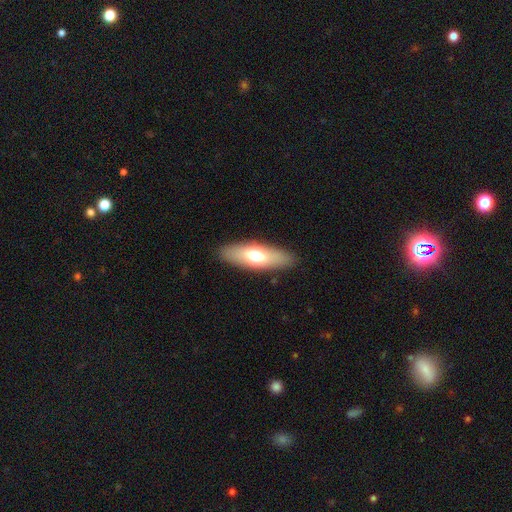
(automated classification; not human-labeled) This appears to be a smooth galaxy with no disk features (65%) that is in between round and cigar-shaped (62%). Merging: none (88%).